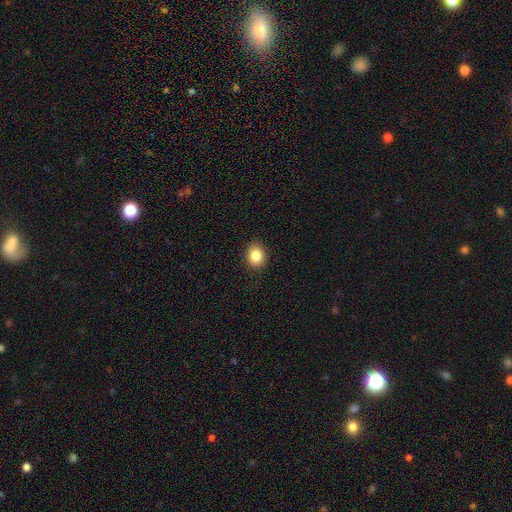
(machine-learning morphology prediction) Overall: smooth (84%). How rounded: round (60%; in between 39%). Merging: none (90%).